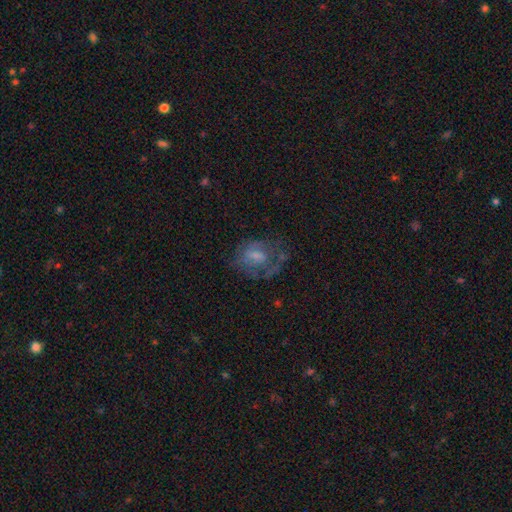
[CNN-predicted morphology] smooth-or-featured: featured or disk: 54% | smooth: 32% | star or artifact: 13%
  disk-edge-on: no: 96% | yes: 4%
    bar: no: 52% | weak: 39% | strong: 9%
    has-spiral-arms: no: 50% (tied) | yes: 50% (tied)
    bulge-size: small: 37% | moderate: 34% | none: 21% | large: 6% | dominant: 1%
  merging: none: 47% | major disturbance: 29% | minor disturbance: 22% | merger: 3%